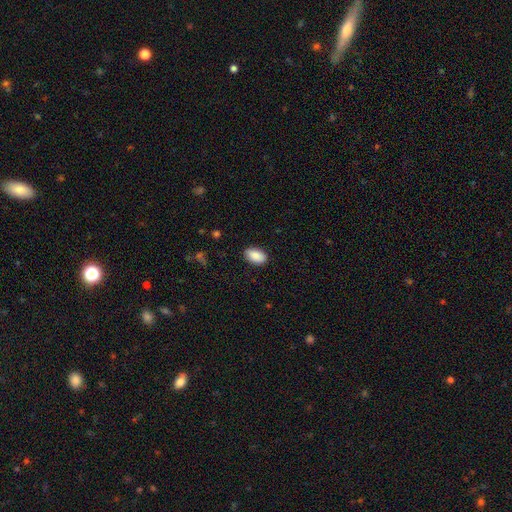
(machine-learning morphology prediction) Q: Smooth or featured?
A: smooth (90%); runner-up: star or artifact (7%)
Q: How rounded?
A: in between (93%); runner-up: round (5%)
Q: Merging?
A: none (88%); runner-up: minor disturbance (9%)